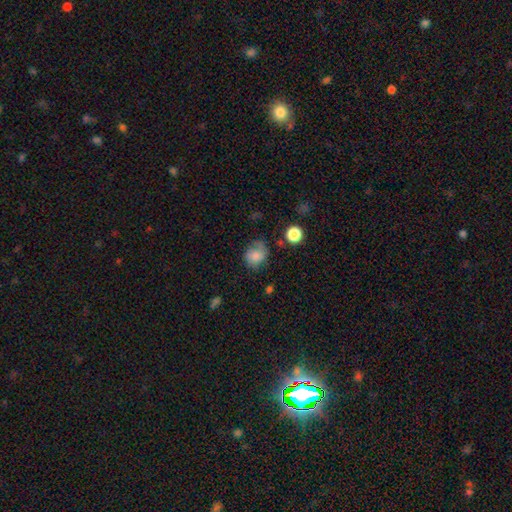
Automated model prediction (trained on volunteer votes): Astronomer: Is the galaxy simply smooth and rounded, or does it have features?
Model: smooth — 74%.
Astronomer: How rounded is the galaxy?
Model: round — 66%.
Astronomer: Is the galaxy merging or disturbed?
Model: none — 54% (runner-up: minor disturbance, 29%).